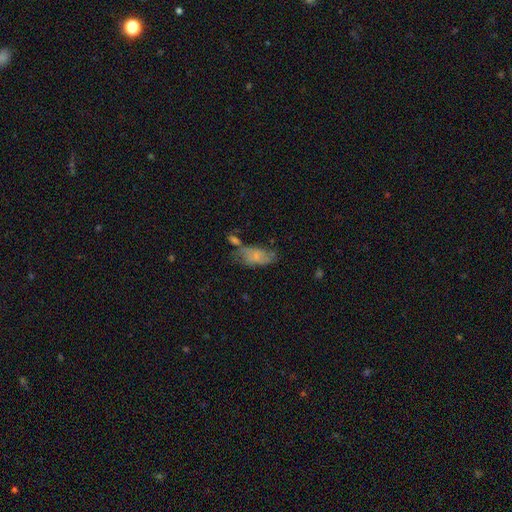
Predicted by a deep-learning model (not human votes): This is likely a smooth galaxy (61%). How rounded: clearly in between (90%). Merging: marginally none (39%).